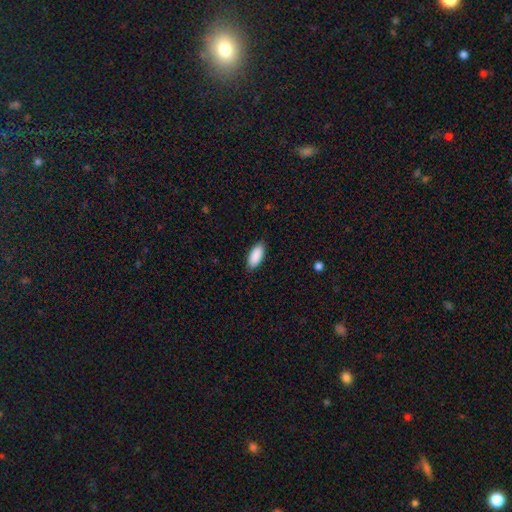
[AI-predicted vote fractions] This appears to be a smooth galaxy with no disk features (90%) that is in between round and cigar-shaped (86%). Merging: none (86%).